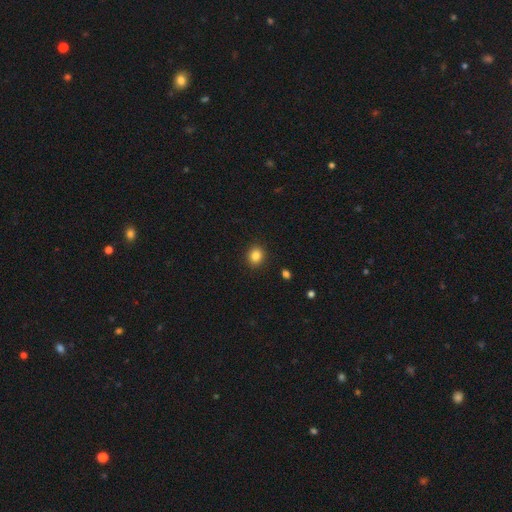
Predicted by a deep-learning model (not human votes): The model was most divided on "how rounded": round: 76%, in between: 23%, cigar-shaped: 1%. More confident: merging — none (91%); smooth or featured — smooth (84%).